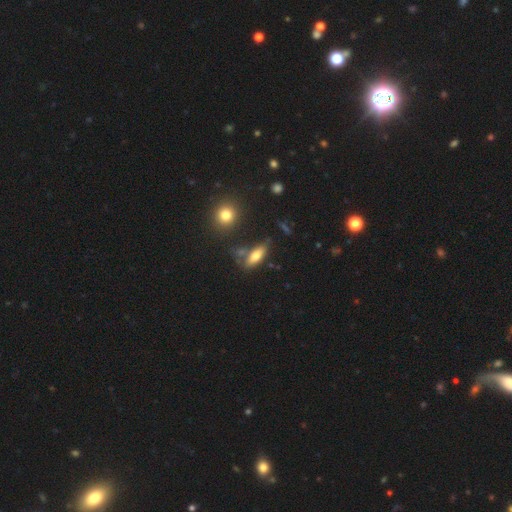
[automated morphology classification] Overall: smooth (66%). How rounded: in between (68%; cigar-shaped 29%). Merging: none (64%).